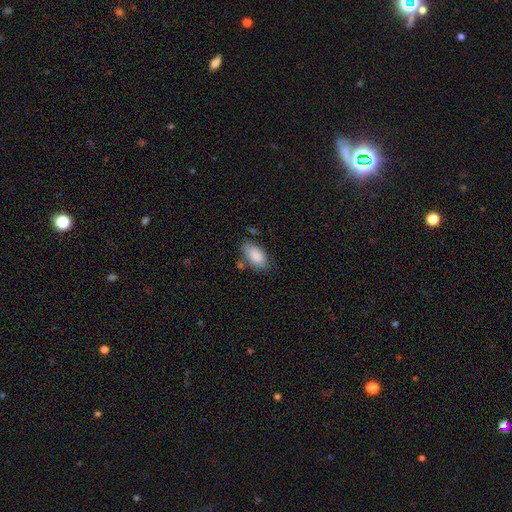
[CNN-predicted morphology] Smooth or featured? Predicted: smooth (p=0.87). How rounded? Predicted: in between (p=0.93). Merging? Predicted: none (p=0.69).